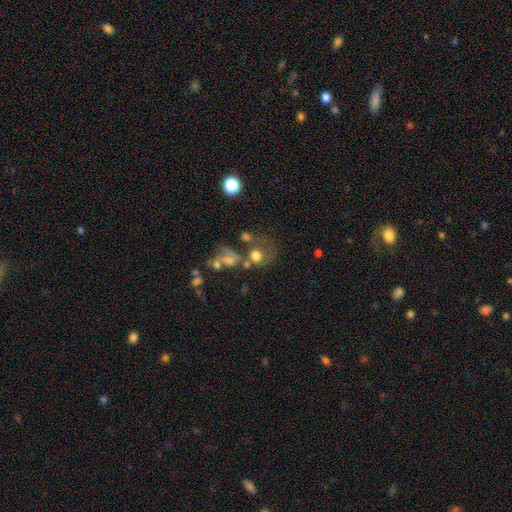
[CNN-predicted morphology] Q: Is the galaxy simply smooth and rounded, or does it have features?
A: smooth — 61%.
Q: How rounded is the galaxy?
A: round — 66%.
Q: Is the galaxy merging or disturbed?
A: merger — 34%.